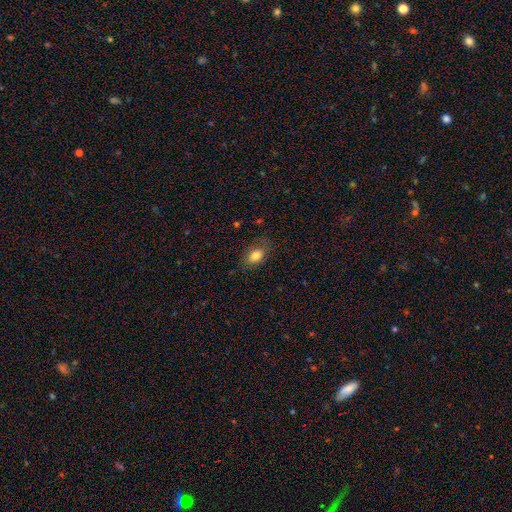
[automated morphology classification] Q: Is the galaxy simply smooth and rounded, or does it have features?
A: smooth — 80%.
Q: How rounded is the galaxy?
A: in between — 79%.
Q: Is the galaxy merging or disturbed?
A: none — 77%.